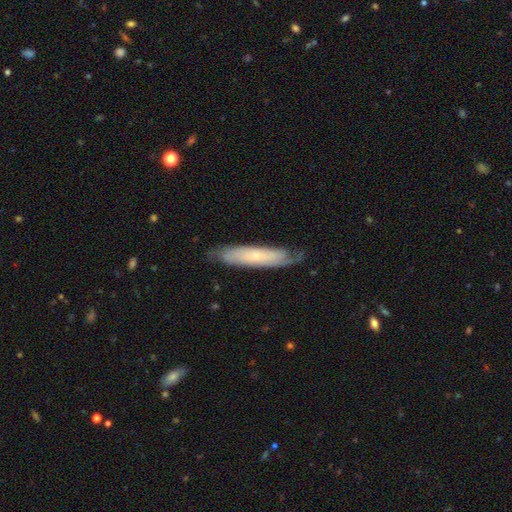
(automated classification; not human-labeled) Smooth or featured? featured or disk (56%)
Edge-on disk? no (57%)
Merging? none (72%)